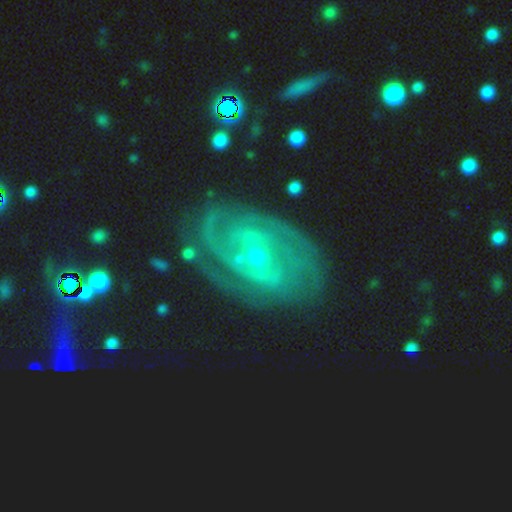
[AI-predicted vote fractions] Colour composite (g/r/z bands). It shows a featured or disk galaxy (83%) with a weak bar (46%), tight (62%) spiral arms (94%) and a small central bulge (69%). Merging: none (75%).